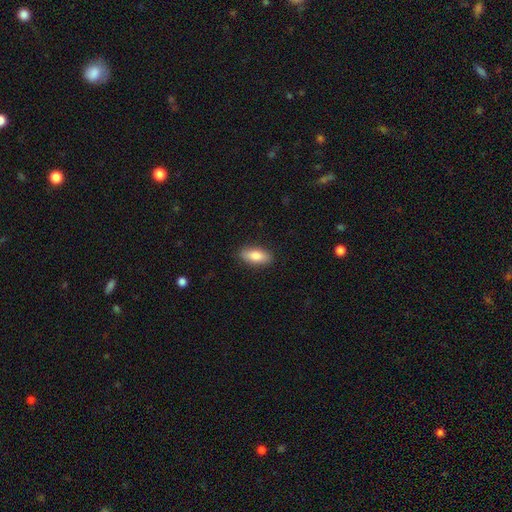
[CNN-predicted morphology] Smooth or featured? smooth (82%)
How rounded? in between (83%)
Merging? none (88%)